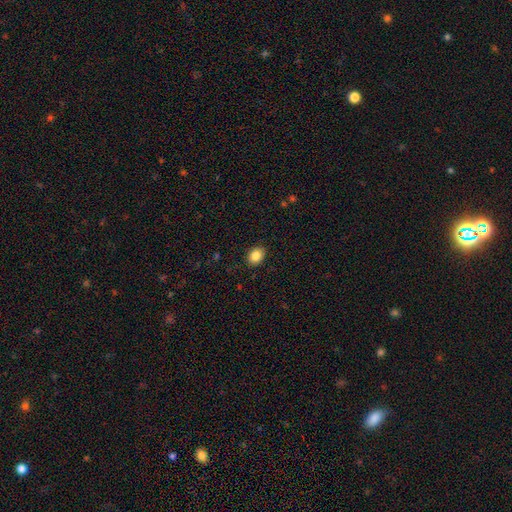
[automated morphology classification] A smooth galaxy with no disk features (86%) that is in between round and cigar-shaped (61%). Merging: none (89%).